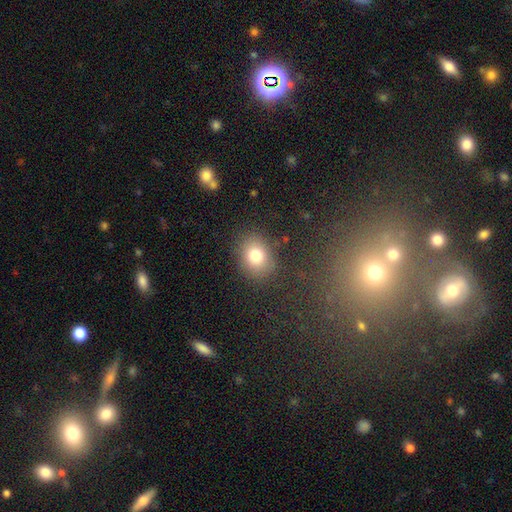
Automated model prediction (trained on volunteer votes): This appears to be a smooth galaxy with no disk features (78%) that is round (52%). Merging: none (83%).